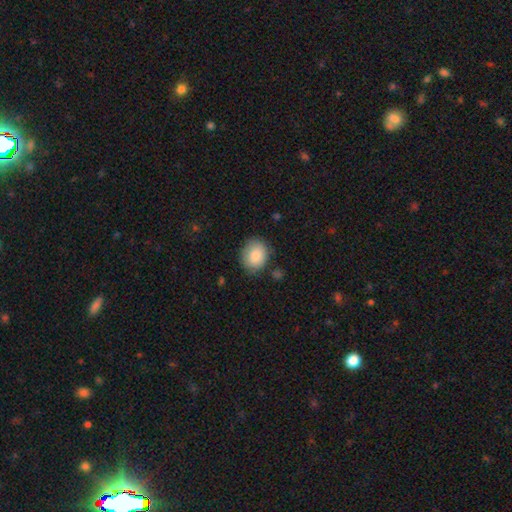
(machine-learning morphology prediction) smooth-or-featured: smooth: 86% | star or artifact: 7% | featured or disk: 7%
  how-rounded: round: 58% | in between: 42% | cigar-shaped: 1%
  merging: none: 77% | minor disturbance: 17% | major disturbance: 4% | merger: 2%